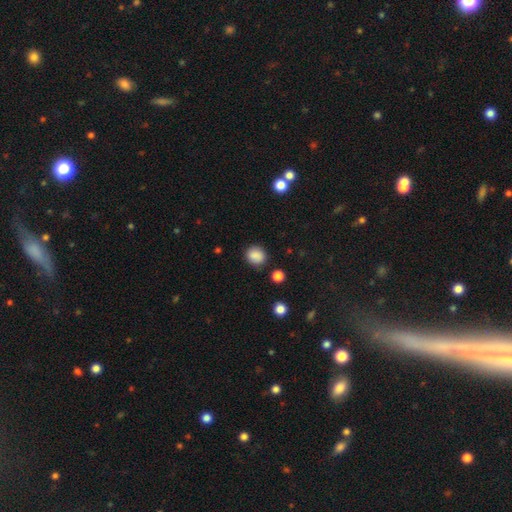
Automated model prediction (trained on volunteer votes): This appears to be a smooth galaxy with no disk features (86%) that is round (71%). Merging: none (84%).